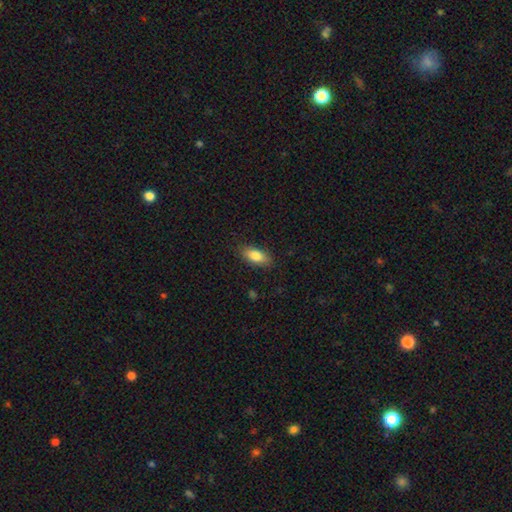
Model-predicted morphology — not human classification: smooth_or_featured: smooth (p=0.81) [alt: featured or disk p=0.12]
how_rounded: in between (p=0.82) [alt: cigar-shaped p=0.14]
merging: none (p=0.85) [alt: minor disturbance p=0.11]